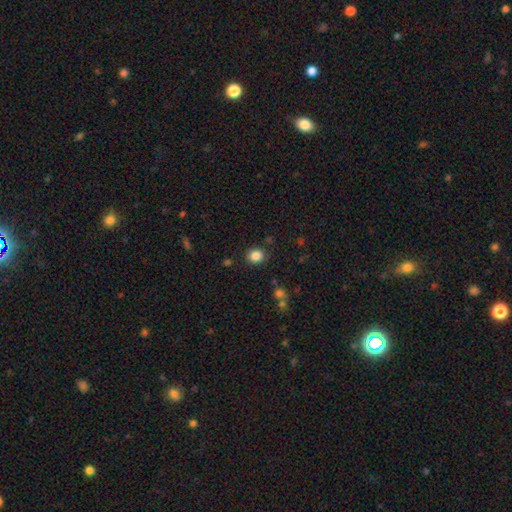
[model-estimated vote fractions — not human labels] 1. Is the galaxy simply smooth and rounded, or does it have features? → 85% smooth, 11% star or artifact, 4% featured or disk.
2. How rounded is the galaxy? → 75% round, 24% in between, 1% cigar-shaped.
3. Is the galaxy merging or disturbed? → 87% none, 8% minor disturbance, 3% major disturbance, 2% merger.